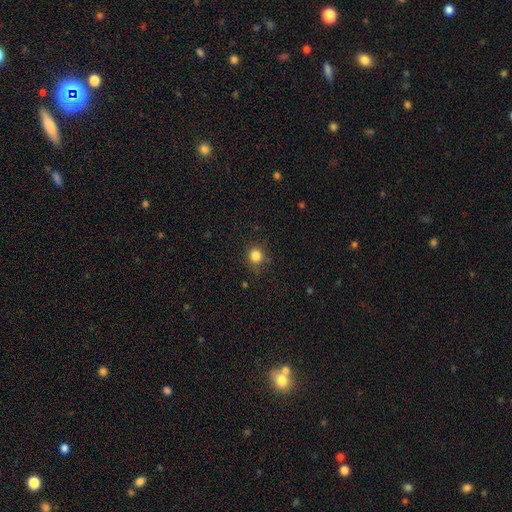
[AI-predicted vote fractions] This appears to be a smooth galaxy with no disk features (84%) that is round (85%). Merging: none (83%).